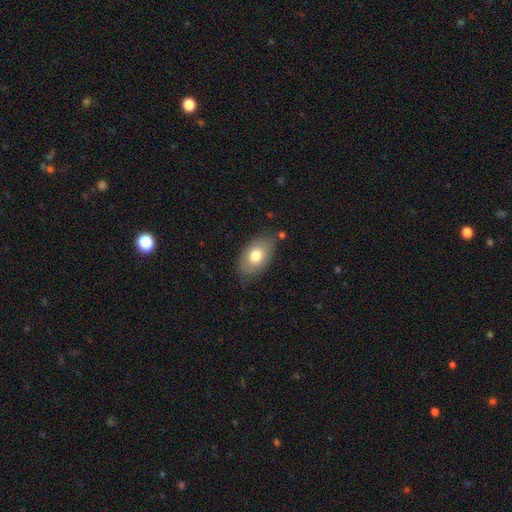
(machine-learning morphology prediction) Overall: smooth (74%). How rounded: in between (90%). Merging: none (73%).